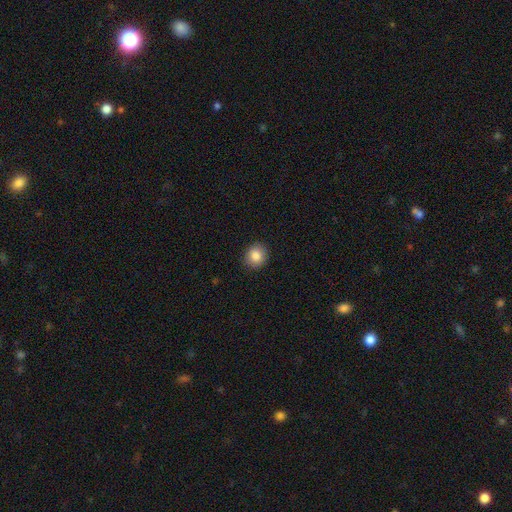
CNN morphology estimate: This is clearly a smooth galaxy (87%). How rounded: likely round (78%). Merging: clearly none (89%).